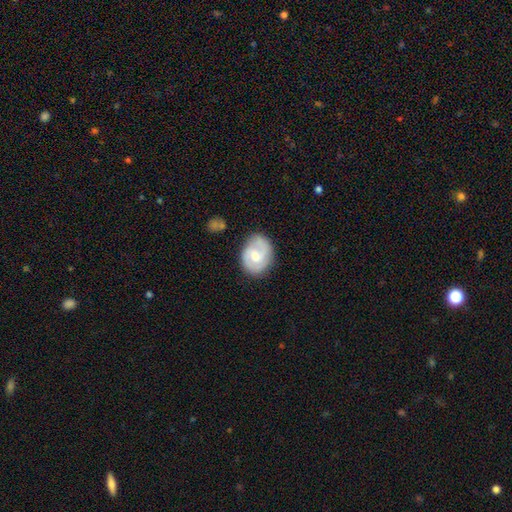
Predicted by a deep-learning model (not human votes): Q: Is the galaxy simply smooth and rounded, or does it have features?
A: featured or disk — 68%.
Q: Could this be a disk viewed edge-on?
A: no — 98%.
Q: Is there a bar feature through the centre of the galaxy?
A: weak — 50%.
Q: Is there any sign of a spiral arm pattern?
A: yes — 89%.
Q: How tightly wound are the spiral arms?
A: medium — 45%.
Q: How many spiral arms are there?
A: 2 — 78%.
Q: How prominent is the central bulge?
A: moderate — 62%.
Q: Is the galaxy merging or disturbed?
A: none — 72%.